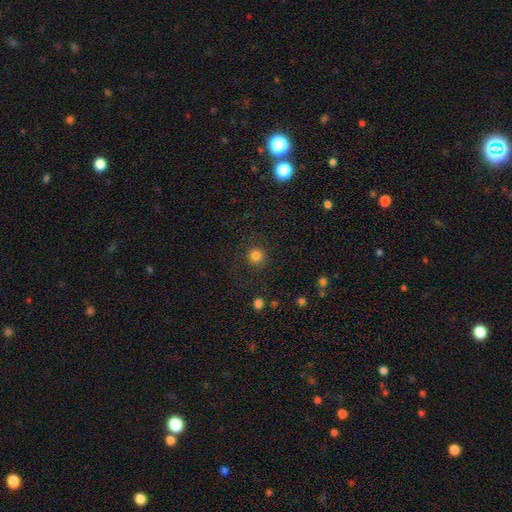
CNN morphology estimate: A smooth galaxy with no disk features (81%) that is round (93%).

Vote fractions:
- Smooth or featured? smooth: 81% / star or artifact: 13% / featured or disk: 6%
- How rounded? round: 93% / in between: 6% / cigar-shaped: 1%
- Merging? none: 82% / minor disturbance: 10% / major disturbance: 6% / merger: 2%